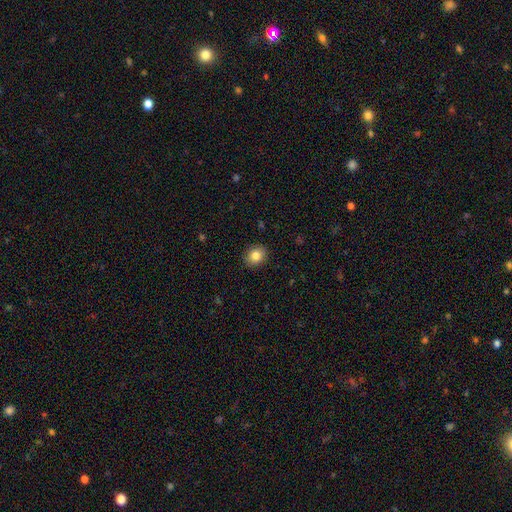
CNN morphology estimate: A smooth galaxy with no disk features (83%) that is round (63%).

Vote fractions:
- Smooth or featured? smooth: 83% / star or artifact: 9% / featured or disk: 8%
- How rounded? round: 63% / in between: 36% / cigar-shaped: 1%
- Merging? none: 90% / minor disturbance: 7% / major disturbance: 2% / merger: 1%